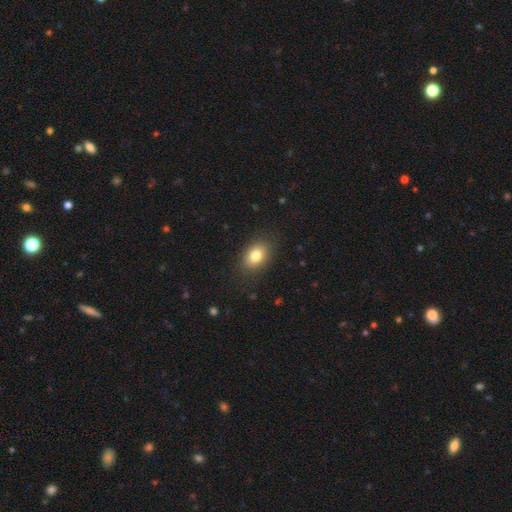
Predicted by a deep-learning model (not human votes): smooth-or-featured: smooth: 81% | featured or disk: 10% | star or artifact: 9%
  how-rounded: in between: 77% | round: 22% | cigar-shaped: 1%
  merging: none: 85% | minor disturbance: 10% | major disturbance: 3% | merger: 1%